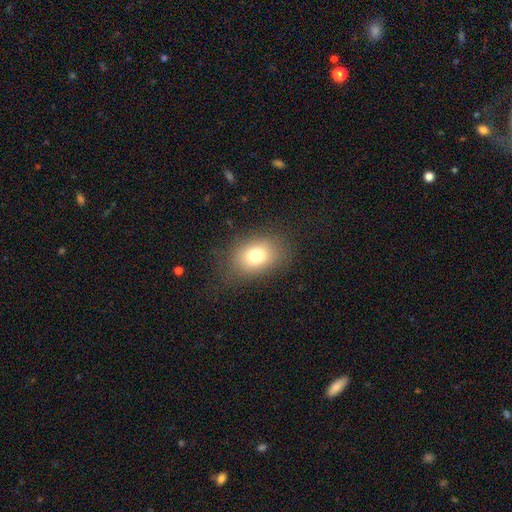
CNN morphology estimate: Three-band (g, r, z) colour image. It shows a smooth galaxy with no disk features (76%) that is in between round and cigar-shaped (69%). Merging: none (77%).